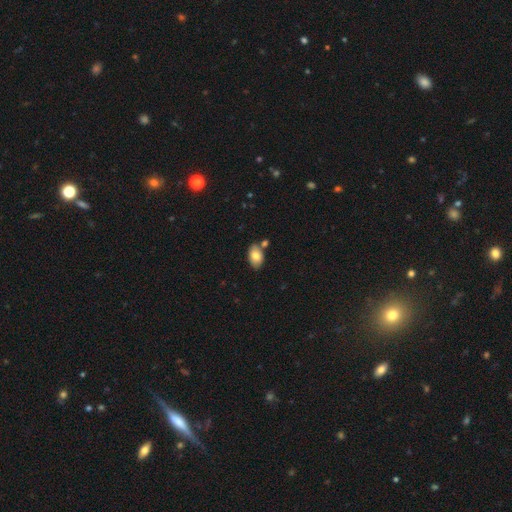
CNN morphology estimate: A smooth galaxy with no disk features (80%) that is in between round and cigar-shaped (91%).

Vote fractions:
- Smooth or featured? smooth: 80% / featured or disk: 13% / star or artifact: 7%
- How rounded? in between: 91% / round: 8% / cigar-shaped: 1%
- Merging? none: 71% / minor disturbance: 13% / merger: 13% / major disturbance: 3%